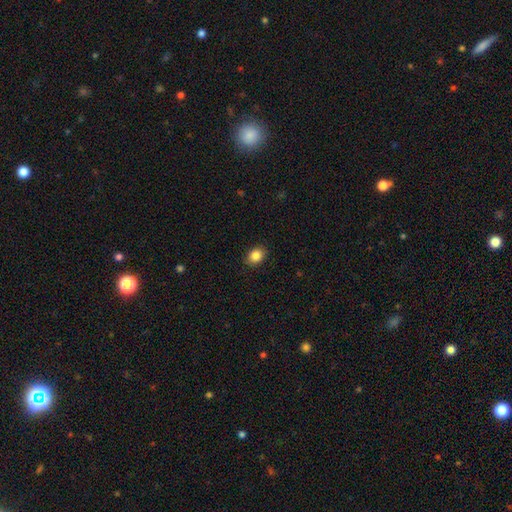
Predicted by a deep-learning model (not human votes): This is clearly a smooth galaxy (86%). How rounded: possibly in between (56%). Merging: clearly none (89%).